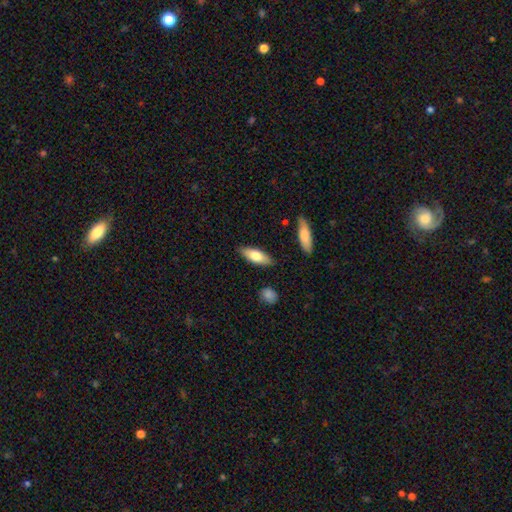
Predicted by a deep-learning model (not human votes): smooth_or_featured: smooth (p=0.70) [alt: featured or disk p=0.24]
how_rounded: in between (p=0.65) [alt: cigar-shaped p=0.33]
merging: none (p=0.86) [alt: minor disturbance p=0.10]